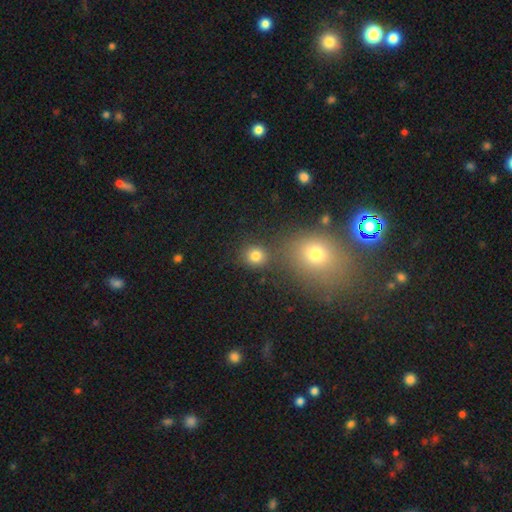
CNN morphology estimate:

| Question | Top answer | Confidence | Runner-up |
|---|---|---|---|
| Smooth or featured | smooth | 79% | star or artifact (14%) |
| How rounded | round | 83% | in between (16%) |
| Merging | none | 75% | merger (13%) |